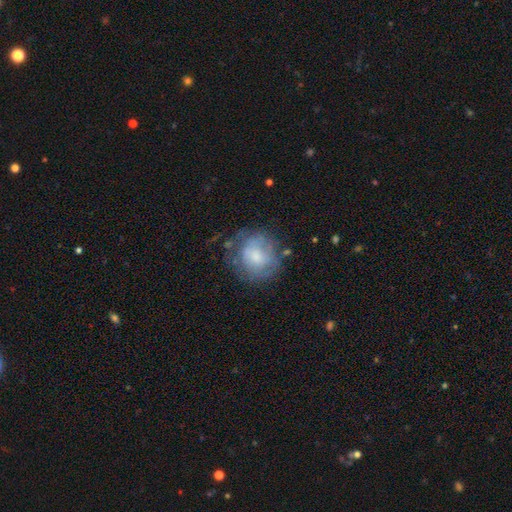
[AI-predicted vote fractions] Smooth or featured: smooth — 52% (featured or disk — 39%)
How rounded: round — 81% (in between — 18%)
Merging: none — 55% (minor disturbance — 24%)